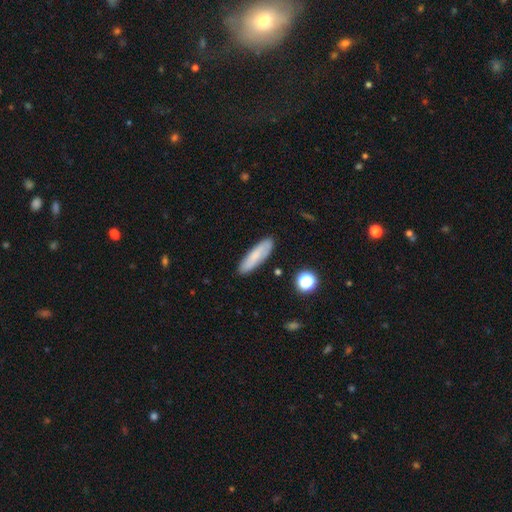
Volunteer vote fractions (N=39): smooth 67%, featured or disk 28%, star or artifact 5%. Down the decision tree: how rounded — cigar-shaped (62%); merging — none (81%).